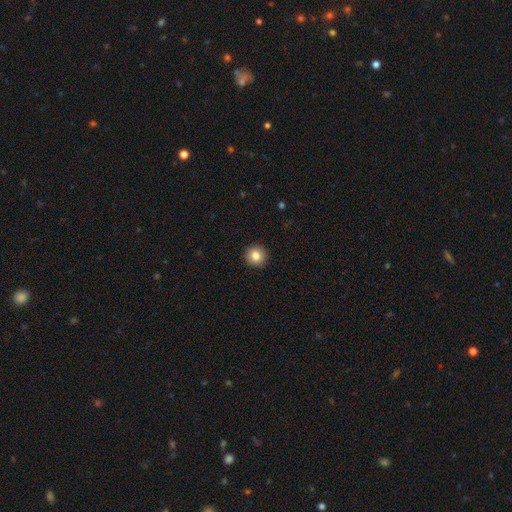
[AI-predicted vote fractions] A smooth galaxy with no disk features (84%) that is round (95%). Merging: none (93%).